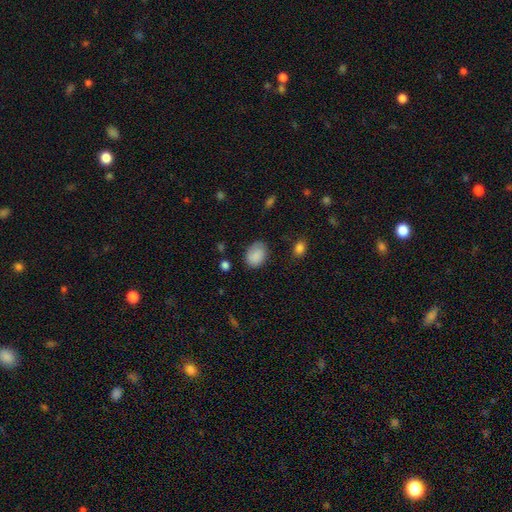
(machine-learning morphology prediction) Q: Smooth or featured?
A: smooth (87%); runner-up: star or artifact (7%)
Q: How rounded?
A: in between (74%); runner-up: round (25%)
Q: Merging?
A: none (72%); runner-up: minor disturbance (21%)